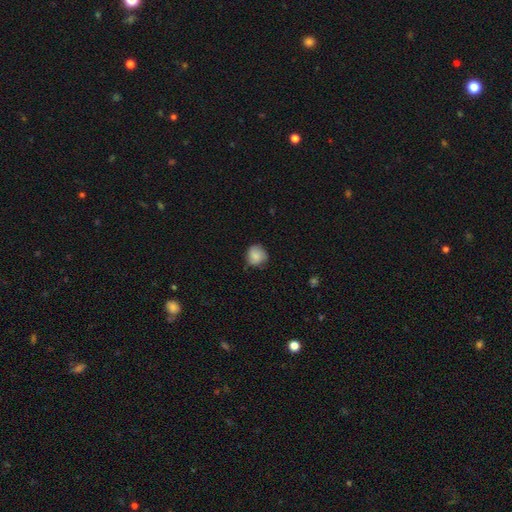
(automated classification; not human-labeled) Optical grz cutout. It shows a smooth galaxy with no disk features (83%) that is round (87%). Merging: none (74%).